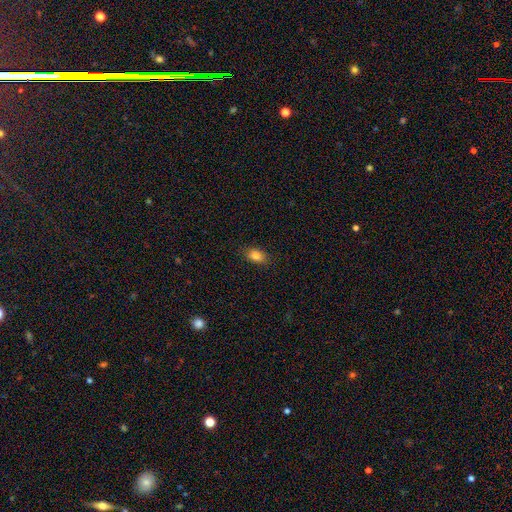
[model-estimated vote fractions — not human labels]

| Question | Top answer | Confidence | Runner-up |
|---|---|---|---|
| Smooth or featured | smooth | 84% | star or artifact (10%) |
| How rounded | in between | 85% | round (13%) |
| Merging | none | 86% | minor disturbance (11%) |